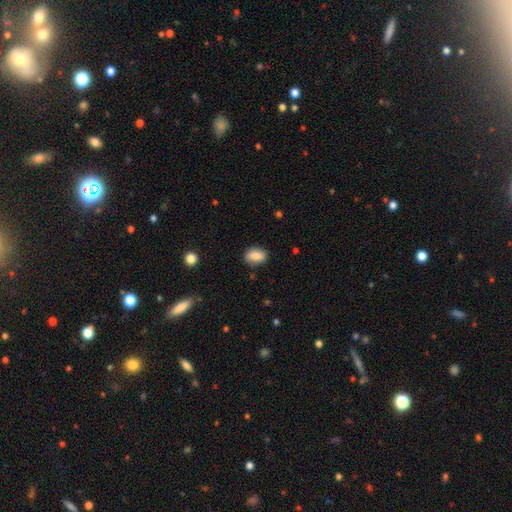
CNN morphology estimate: Overall: smooth (81%). How rounded: in between (81%). Merging: none (81%).